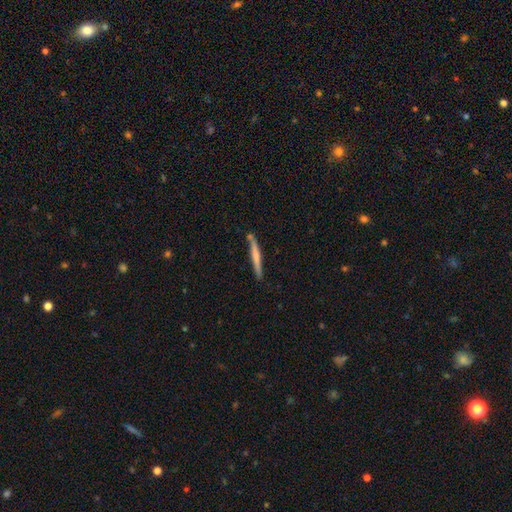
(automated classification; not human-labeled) Smooth or featured?
  - smooth: 54% *
  - featured or disk: 41%
  - star or artifact: 5%
How rounded?
  - cigar-shaped: 96% *
  - in between: 3%
  - round: 1%
Merging?
  - none: 79% *
  - minor disturbance: 13%
  - merger: 6%
  - major disturbance: 2%